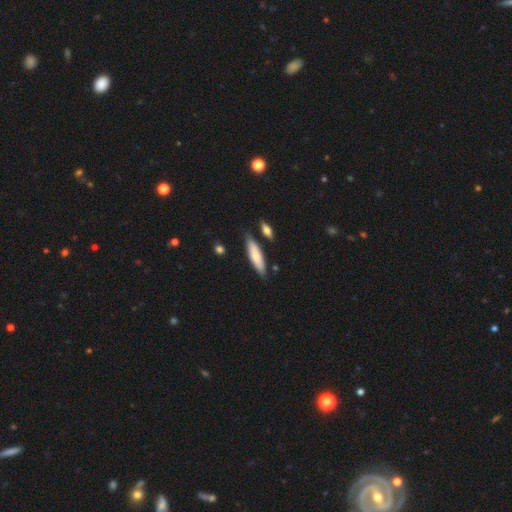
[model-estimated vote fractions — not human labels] This appears to be a smooth galaxy with no disk features (74%) that is cigar-shaped (67%). Merging: none (80%).